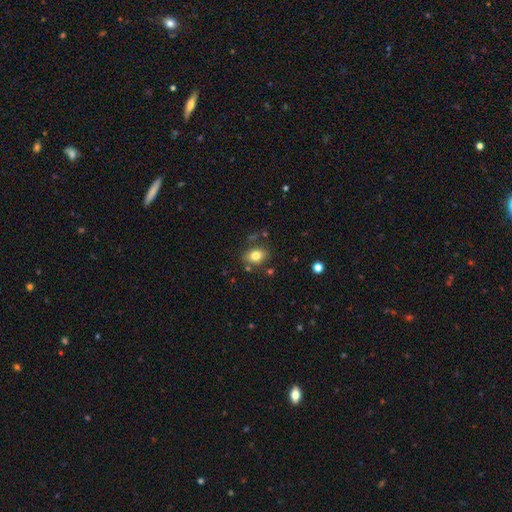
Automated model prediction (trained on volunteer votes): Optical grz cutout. It shows a smooth galaxy with no disk features (80%) that is in between round and cigar-shaped (64%). Merging: none (78%).